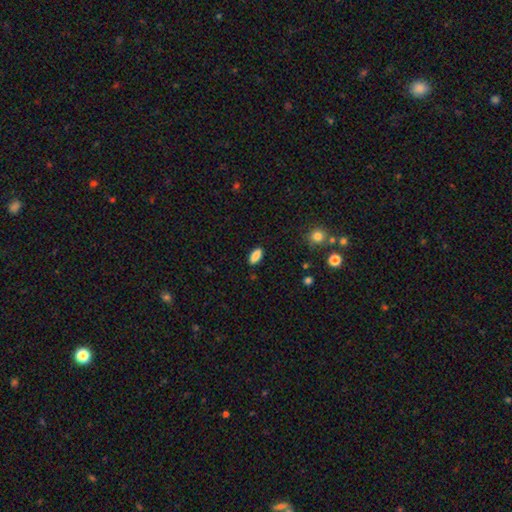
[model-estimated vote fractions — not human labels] The model was most divided on "how rounded": in between: 85%, cigar-shaped: 12%, round: 3%. More confident: merging — none (87%); smooth or featured — smooth (87%).